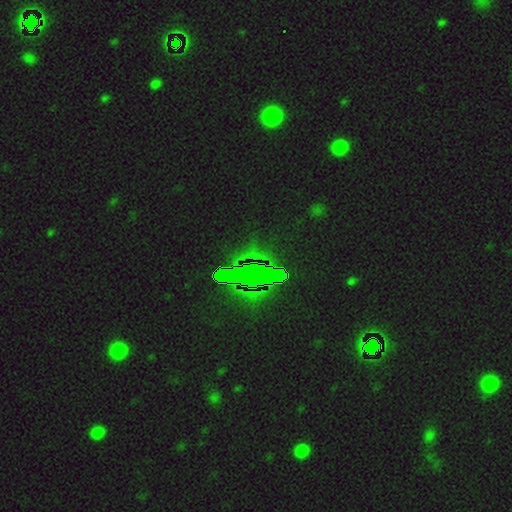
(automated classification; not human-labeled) Overall: star or artifact (81%).